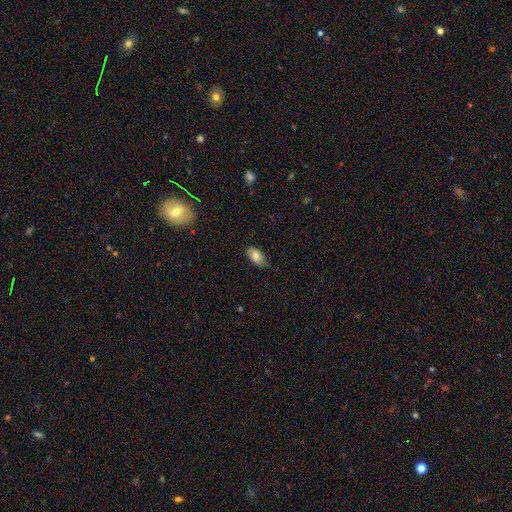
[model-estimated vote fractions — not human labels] Smooth or featured?
  - smooth: 77% *
  - featured or disk: 16%
  - star or artifact: 8%
How rounded?
  - in between: 93% *
  - round: 4%
  - cigar-shaped: 4%
Merging?
  - none: 71% *
  - minor disturbance: 24%
  - major disturbance: 4%
  - merger: 1%